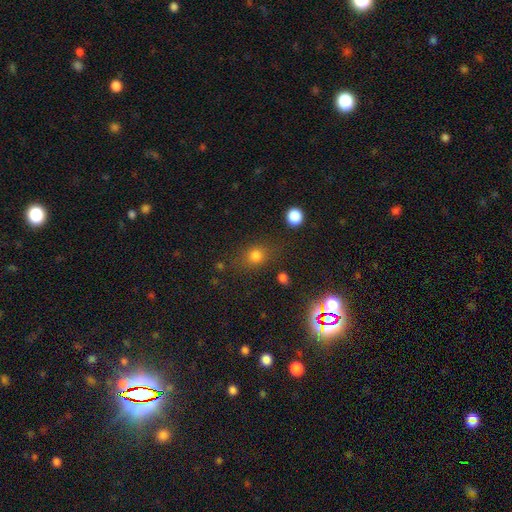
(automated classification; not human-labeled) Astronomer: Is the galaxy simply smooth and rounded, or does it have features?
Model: smooth — 76%.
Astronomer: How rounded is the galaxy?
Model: round — 64%.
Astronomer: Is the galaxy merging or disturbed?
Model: none — 75%.